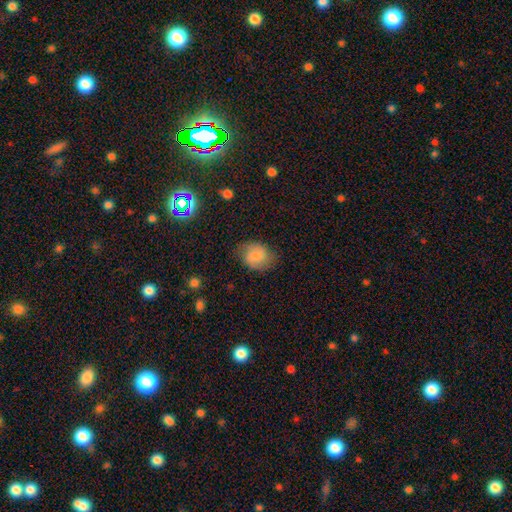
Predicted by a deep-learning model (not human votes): This is likely a smooth galaxy (73%). How rounded: possibly round (56%). Merging: likely none (69%).